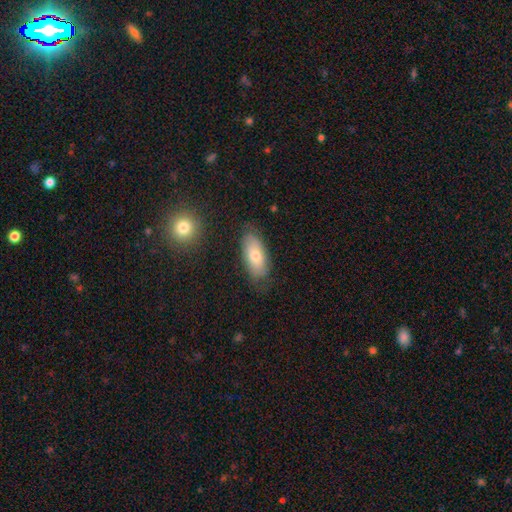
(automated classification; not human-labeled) Smooth or featured? smooth (66%)
How rounded? in between (87%)
Merging? none (75%)